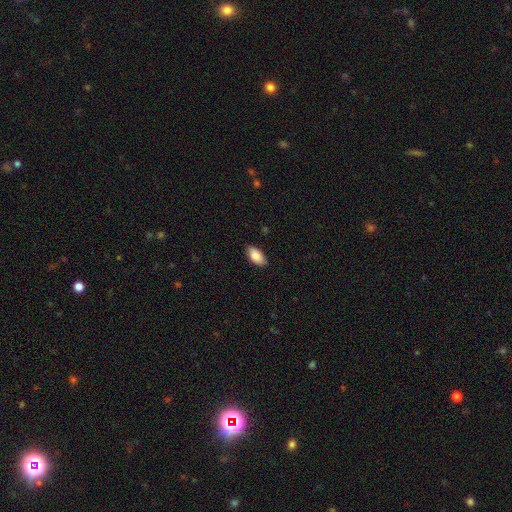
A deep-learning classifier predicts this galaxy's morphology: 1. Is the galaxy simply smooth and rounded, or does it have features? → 89% smooth, 6% star or artifact, 5% featured or disk.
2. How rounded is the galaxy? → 94% in between, 3% cigar-shaped, 2% round.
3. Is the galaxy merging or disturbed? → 86% none, 11% minor disturbance, 2% major disturbance, 1% merger.